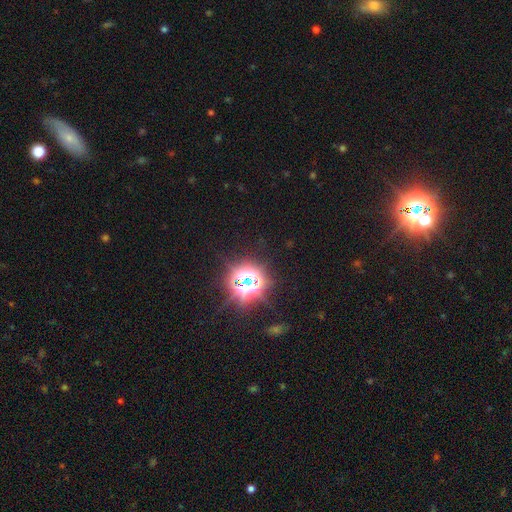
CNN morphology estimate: Smooth or featured? star or artifact (82%)